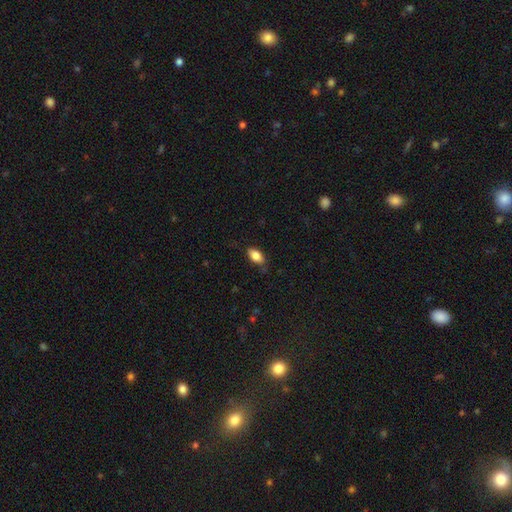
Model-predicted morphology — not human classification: A smooth galaxy with no disk features (84%) that is in between round and cigar-shaped (91%). Merging: none (80%).